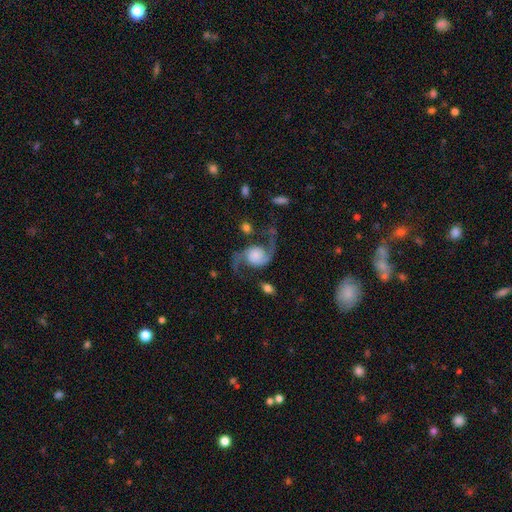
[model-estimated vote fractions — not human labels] smooth_or_featured: featured or disk (p=0.89) [alt: smooth p=0.06]
disk_edge_on: no (p=0.98) [alt: yes p=0.02]
bar: no (p=0.71) [alt: weak p=0.23]
has_spiral_arms: yes (p=0.98) [alt: no p=0.02]
spiral_winding: loose (p=0.71) [alt: medium p=0.25]
spiral_arm_count: 2 (p=0.94) [alt: 1 p=0.02]
bulge_size: large (p=0.26) [alt: small p=0.22]
merging: none (p=0.70) [alt: minor disturbance p=0.15]